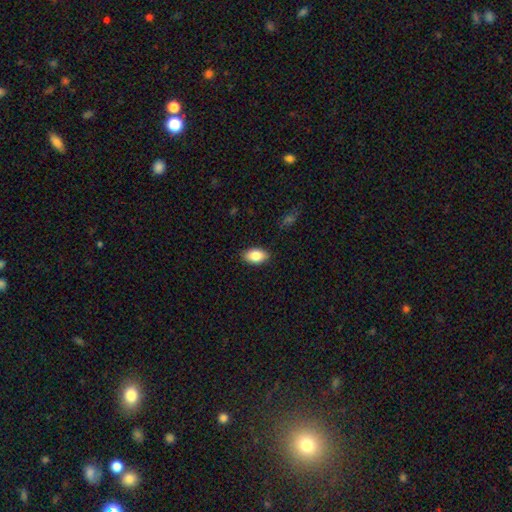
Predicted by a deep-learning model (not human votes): A smooth galaxy with no disk features (85%) that is in between round and cigar-shaped (92%).

Vote fractions:
- Smooth or featured? smooth: 85% / featured or disk: 8% / star or artifact: 7%
- How rounded? in between: 92% / round: 6% / cigar-shaped: 2%
- Merging? none: 89% / minor disturbance: 8% / major disturbance: 2% / merger: 1%